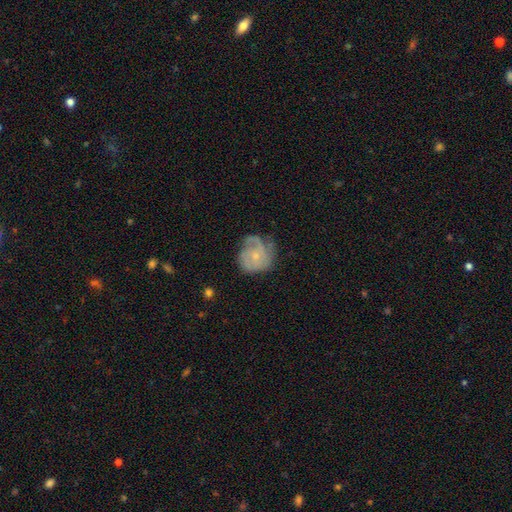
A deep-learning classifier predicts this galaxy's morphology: This appears to be a featured or disk galaxy (64%) with no bar (81%), tight (47%) spiral arms (84%) and a small central bulge (73%). Merging: none (51%).